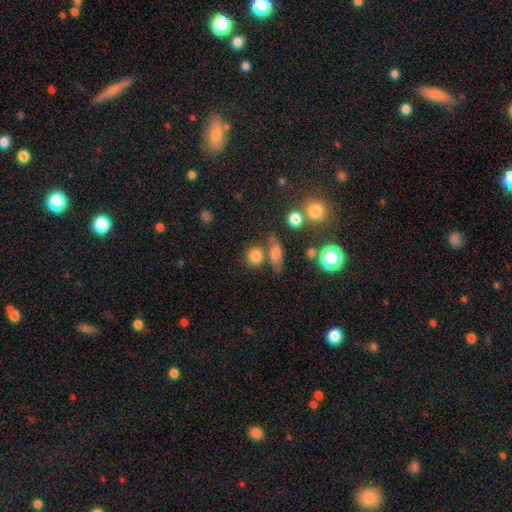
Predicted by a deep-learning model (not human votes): Smooth or featured? smooth (79%)
How rounded? round (74%)
Merging? none (61%)